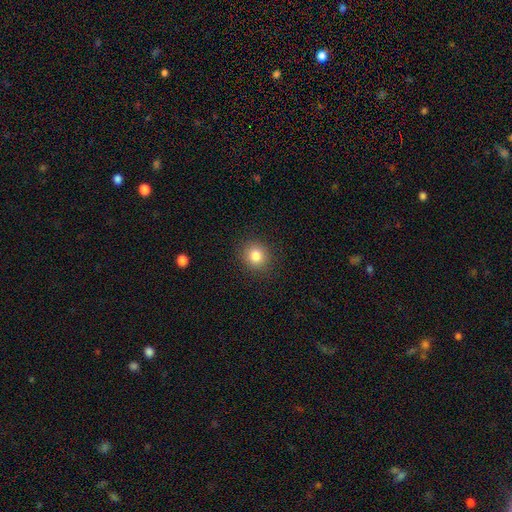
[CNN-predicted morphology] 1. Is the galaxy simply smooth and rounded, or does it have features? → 84% smooth, 11% star or artifact, 6% featured or disk.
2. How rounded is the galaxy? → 79% round, 20% in between, 1% cigar-shaped.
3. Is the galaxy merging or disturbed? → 88% none, 8% minor disturbance, 3% major disturbance, 1% merger.